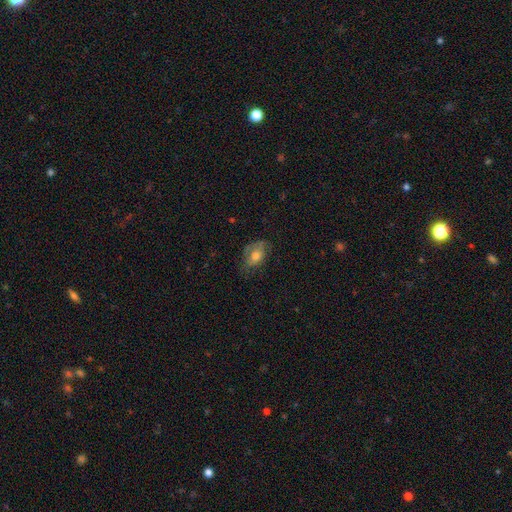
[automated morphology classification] Smooth or featured? Predicted: smooth (p=0.56). How rounded? Predicted: in between (p=0.83). Merging? Predicted: none (p=0.54).